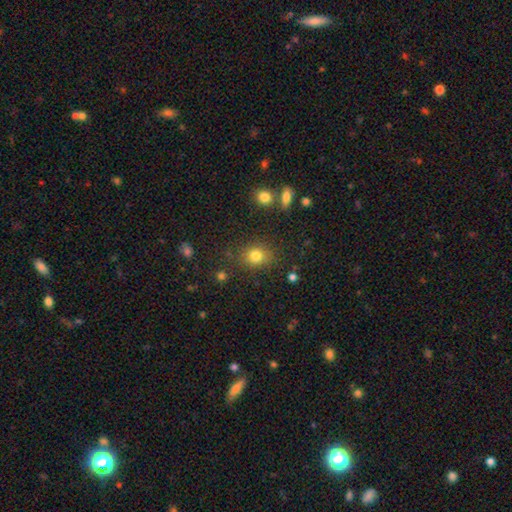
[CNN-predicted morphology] Overall: smooth (79%). How rounded: round (64%; in between 35%). Merging: none (81%).